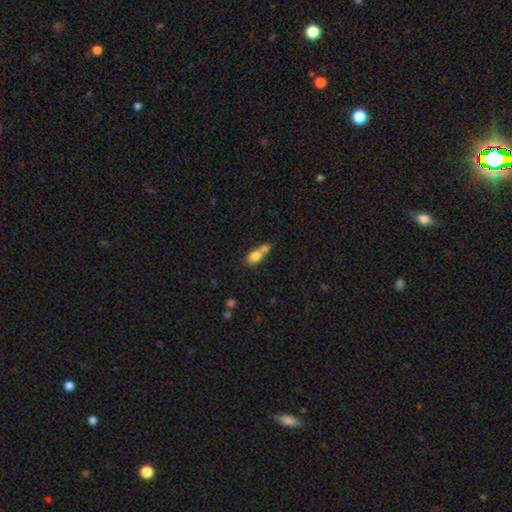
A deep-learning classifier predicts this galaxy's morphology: smooth 75%, featured or disk 16%, star or artifact 9%. Down the decision tree: how rounded — in between (75%); merging — merger (62%).